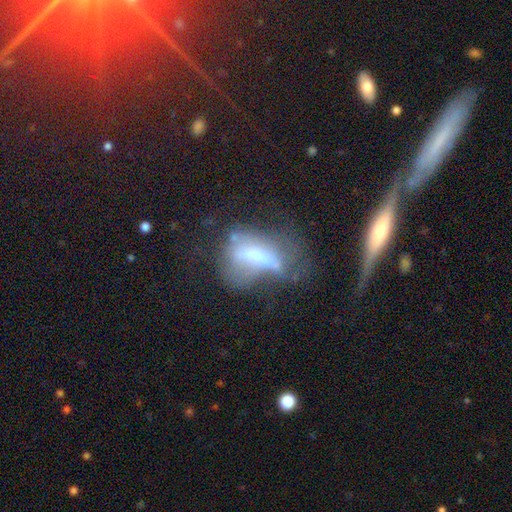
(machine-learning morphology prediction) Overall: featured or disk (46%; smooth 41%). Merging: major disturbance (44%; none 21%).